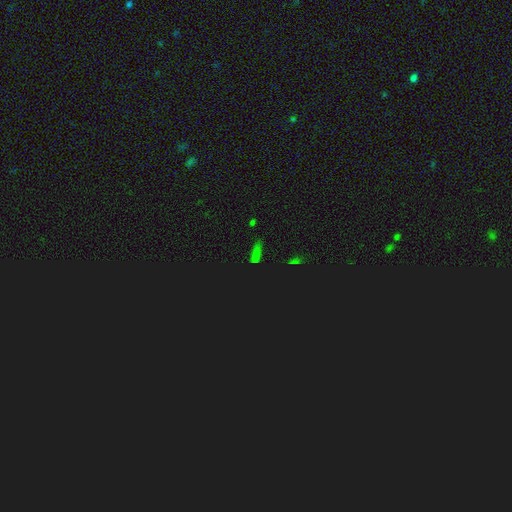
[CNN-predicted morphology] This appears to be a star or artifact, not a galaxy (49%).